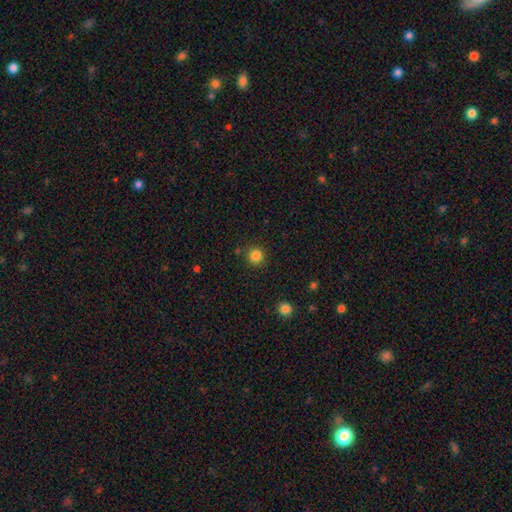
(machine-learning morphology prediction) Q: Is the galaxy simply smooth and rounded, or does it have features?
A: smooth — 84%.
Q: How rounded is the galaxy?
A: round — 94%.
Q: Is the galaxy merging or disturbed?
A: none — 89%.